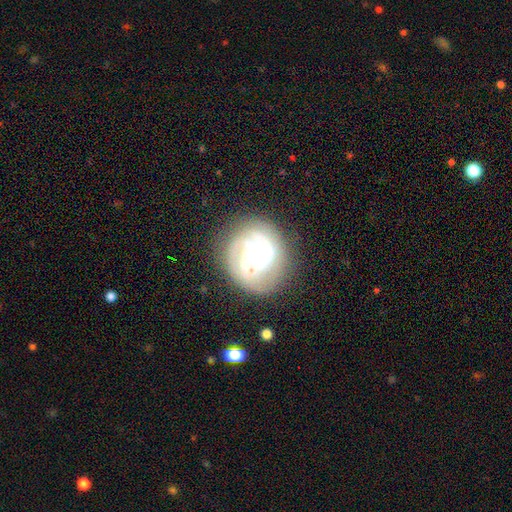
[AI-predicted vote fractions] featured or disk 84%, smooth 10%, star or artifact 6%. Down the decision tree: edge-on disk — no (98%); bar — no (52%); spiral arms — yes (96%); spiral arm count — 3 (38%); spiral winding — tight (56%); bulge size — small (65%); merging — none (74%).